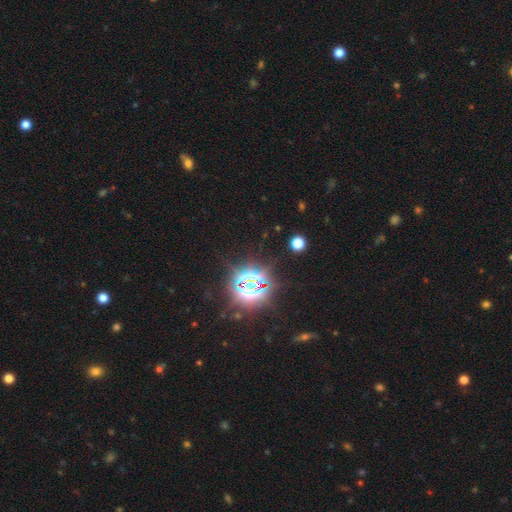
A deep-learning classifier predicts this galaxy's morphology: This appears to be a star or artifact, not a galaxy (82%).